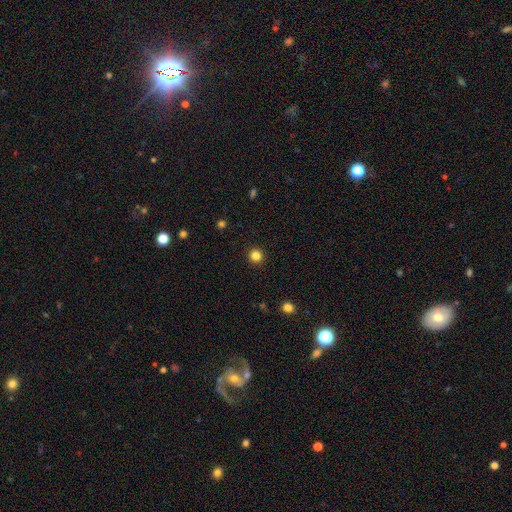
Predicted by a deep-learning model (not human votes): Smooth or featured? smooth (83%)
How rounded? round (94%)
Merging? none (93%)